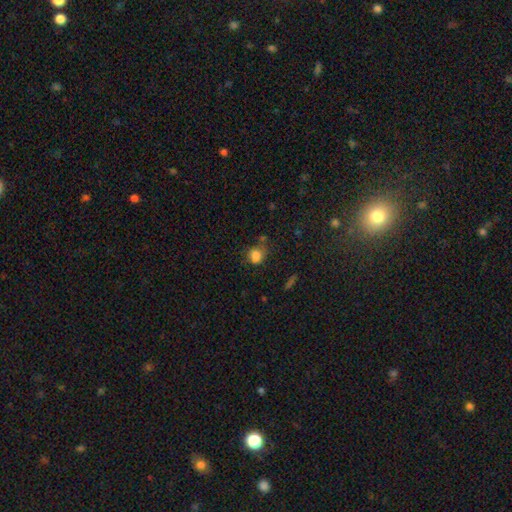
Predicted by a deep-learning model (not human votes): Overall: smooth (80%). How rounded: round (56%; in between 43%). Merging: none (49%; minor disturbance 28%).